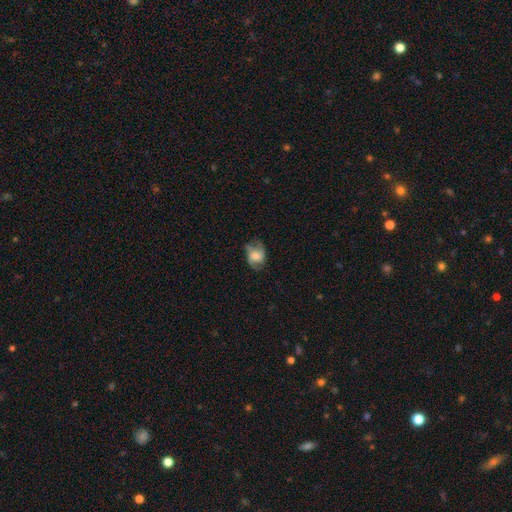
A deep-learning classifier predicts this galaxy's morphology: smooth-or-featured: featured or disk: 49% | smooth: 42% | star or artifact: 8%
  merging: none: 60% | minor disturbance: 26% | major disturbance: 13% | merger: 2%